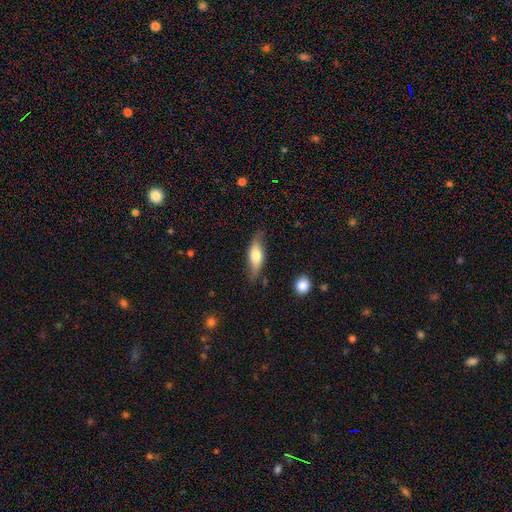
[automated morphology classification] Smooth or featured: smooth — 60% (featured or disk — 34%)
How rounded: in between — 64% (cigar-shaped — 32%)
Merging: none — 72% (minor disturbance — 22%)